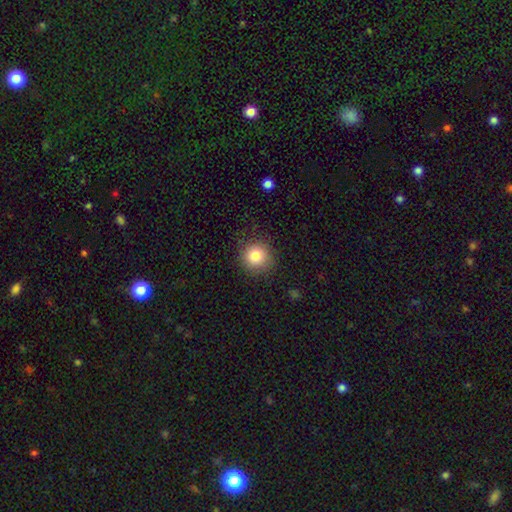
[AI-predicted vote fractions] A smooth galaxy with no disk features (83%) that is round (92%). Merging: none (86%).